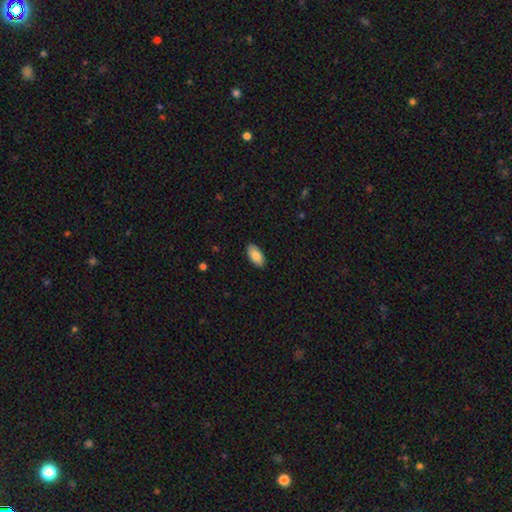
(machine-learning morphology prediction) Smooth or featured?
  - smooth: 84% *
  - featured or disk: 10%
  - star or artifact: 6%
How rounded?
  - in between: 94% *
  - cigar-shaped: 3%
  - round: 2%
Merging?
  - none: 89% *
  - minor disturbance: 8%
  - major disturbance: 2%
  - merger: 1%